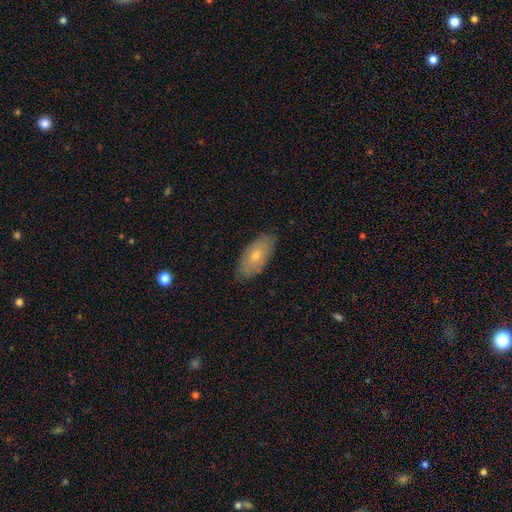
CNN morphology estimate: Q: Smooth or featured?
A: smooth (61%); runner-up: featured or disk (32%)
Q: How rounded?
A: in between (90%); runner-up: cigar-shaped (7%)
Q: Merging?
A: none (86%); runner-up: minor disturbance (11%)